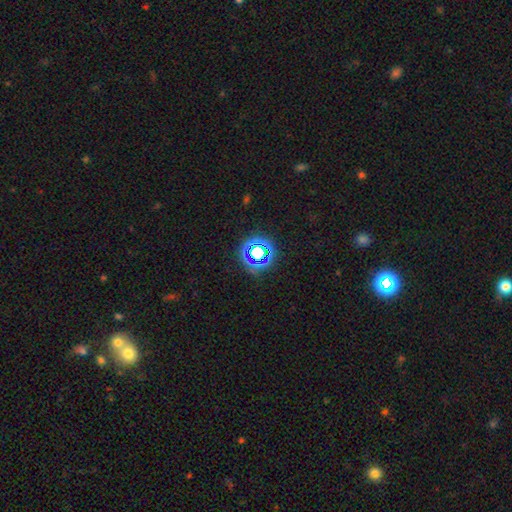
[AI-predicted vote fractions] Smooth or featured? Predicted: star or artifact (p=0.61).